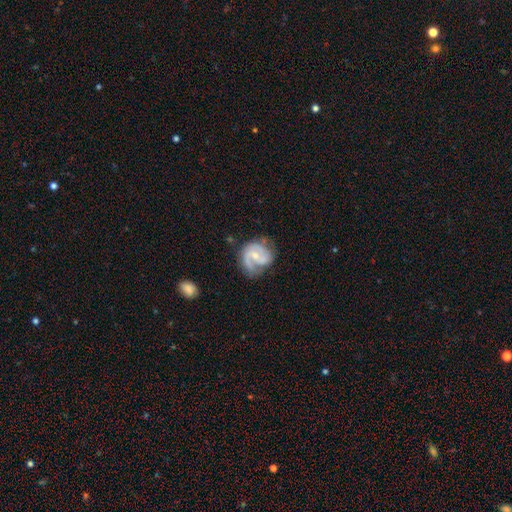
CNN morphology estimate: Overall: featured or disk (81%). Edge-on disk: no (98%). Bar: no (44%, tied with weak). Spiral arms: yes (94%). Spiral arm count: 2 (66%). Spiral winding: medium (48%; tight 33%). Bulge size: small (53%; moderate 42%). Merging: none (58%; minor disturbance 26%).